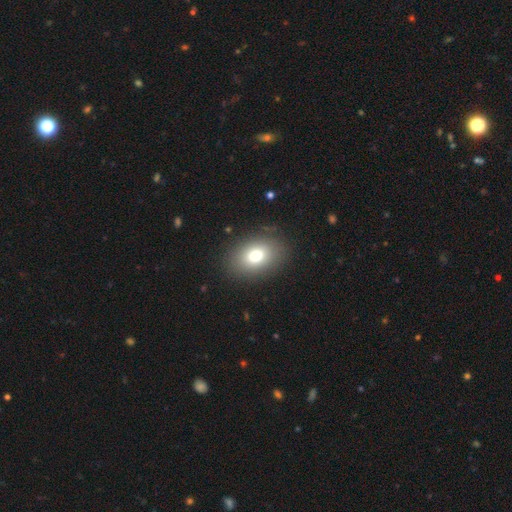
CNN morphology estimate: smooth 78%, featured or disk 12%, star or artifact 11%. Down the decision tree: how rounded — in between (76%); merging — none (85%).